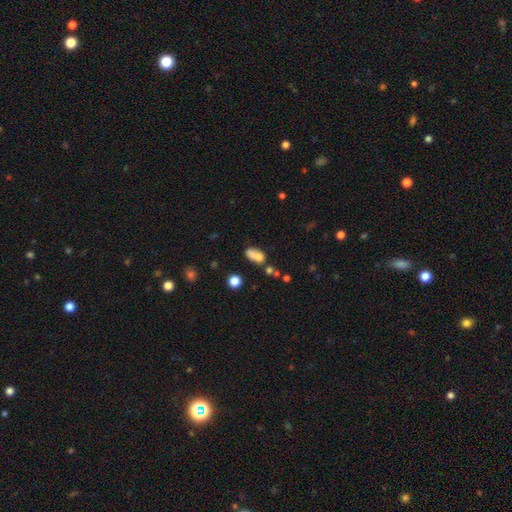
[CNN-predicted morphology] smooth-or-featured: smooth: 71% | featured or disk: 17% | star or artifact: 13%
  how-rounded: in between: 75% | round: 17% | cigar-shaped: 8%
  merging: merger: 38% | none: 36% | minor disturbance: 16% | major disturbance: 10%